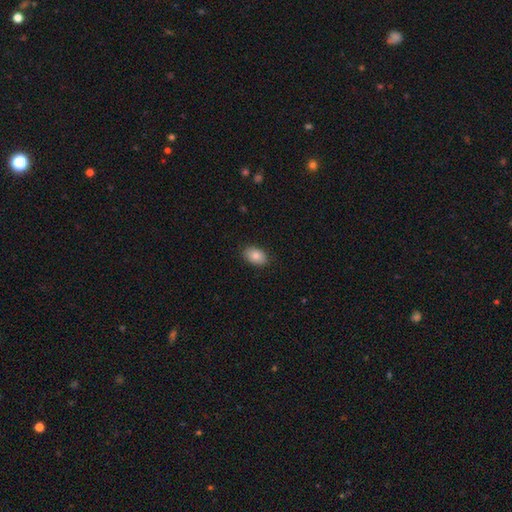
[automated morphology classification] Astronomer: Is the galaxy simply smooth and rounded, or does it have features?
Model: smooth — 83%.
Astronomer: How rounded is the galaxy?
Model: in between — 86%.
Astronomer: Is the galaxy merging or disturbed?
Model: none — 87%.